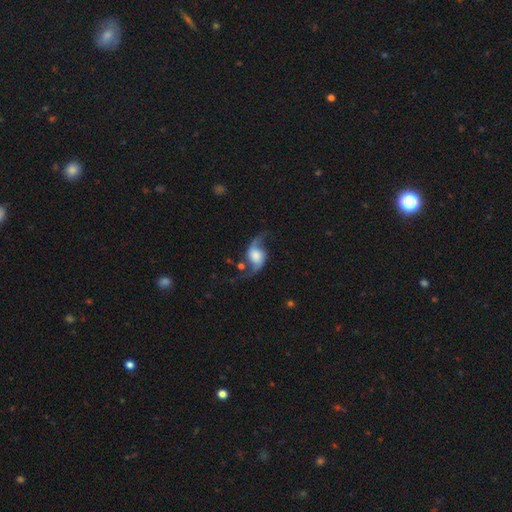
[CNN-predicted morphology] Smooth or featured: featured or disk — 82% (smooth — 11%)
Edge-on disk: no — 96% (yes — 4%)
Bar: no — 62% (weak — 29%)
Spiral arms: yes — 96% (no — 4%)
Spiral winding: loose — 84% (medium — 13%)
Spiral arm count: 2 — 94% (1 — 2%)
Bulge size: large — 33% (moderate — 24%)
Merging: none — 64% (minor disturbance — 17%)